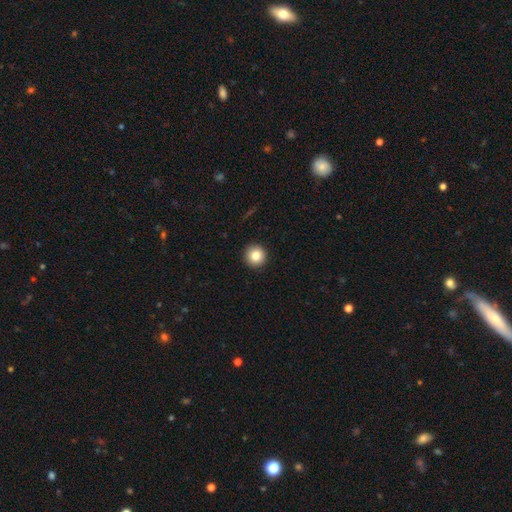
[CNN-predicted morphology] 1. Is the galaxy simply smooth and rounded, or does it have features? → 83% smooth, 10% star or artifact, 7% featured or disk.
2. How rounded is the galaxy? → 96% round, 3% in between, 1% cigar-shaped.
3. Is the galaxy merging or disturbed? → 93% none, 5% minor disturbance, 2% major disturbance, 1% merger.